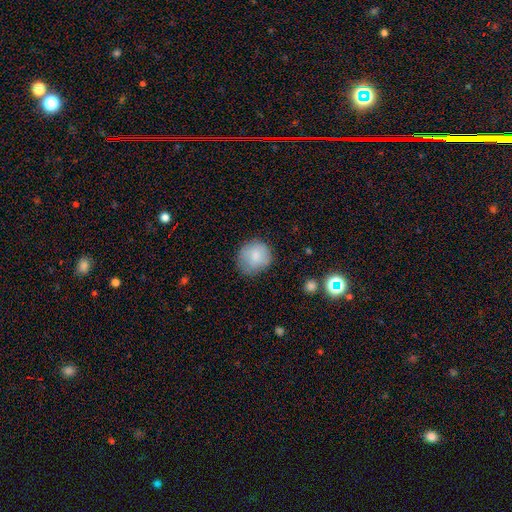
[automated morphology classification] A smooth galaxy with no disk features (81%) that is round (85%). Merging: none (73%).